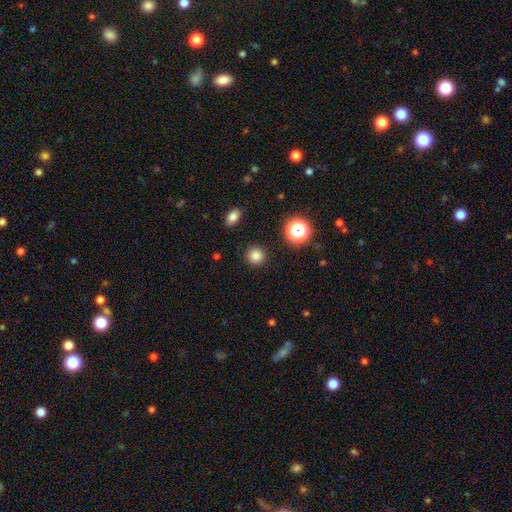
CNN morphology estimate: Smooth or featured? Predicted: smooth (p=0.82). How rounded? Predicted: round (p=0.91). Merging? Predicted: none (p=0.91).